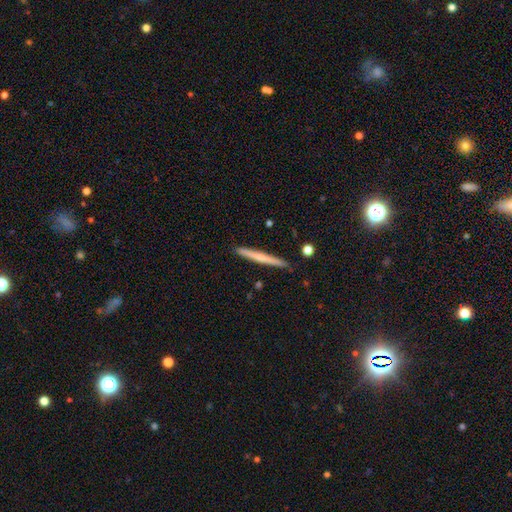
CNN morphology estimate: Smooth or featured? smooth (48%)
Merging? none (91%)